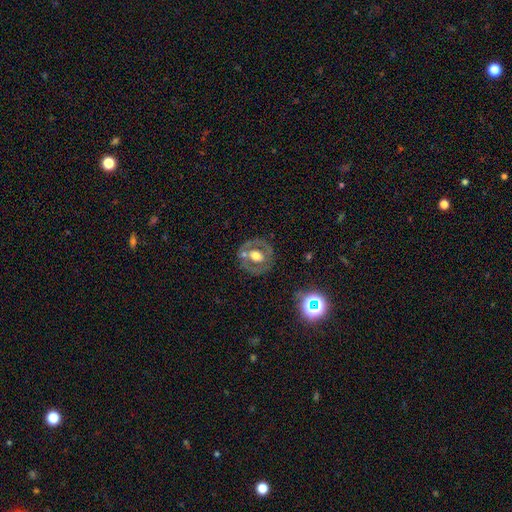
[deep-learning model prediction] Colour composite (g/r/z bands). It shows a featured or disk galaxy (60%) with no bar (70%), no spiral arms (80%) and a moderate central bulge (57%). Merging: none (71%).